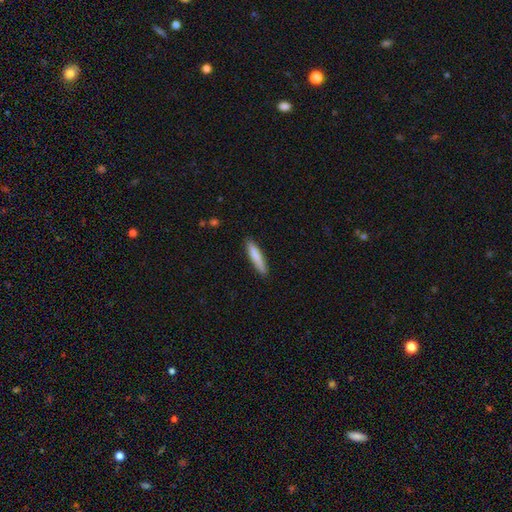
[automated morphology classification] Smooth or featured? smooth (81%)
How rounded? cigar-shaped (86%)
Merging? none (86%)